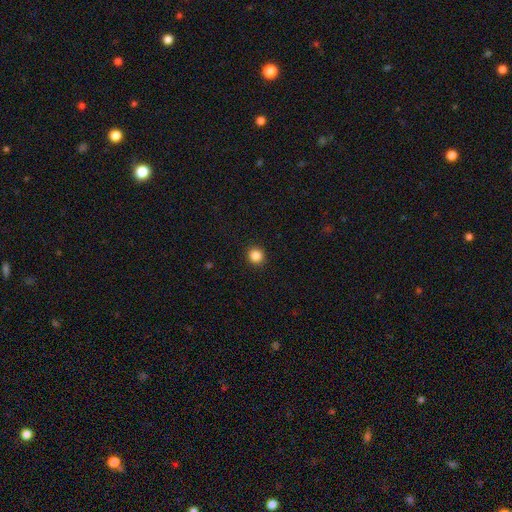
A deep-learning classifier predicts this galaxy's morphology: A smooth galaxy with no disk features (86%) that is round (91%). Merging: none (93%).